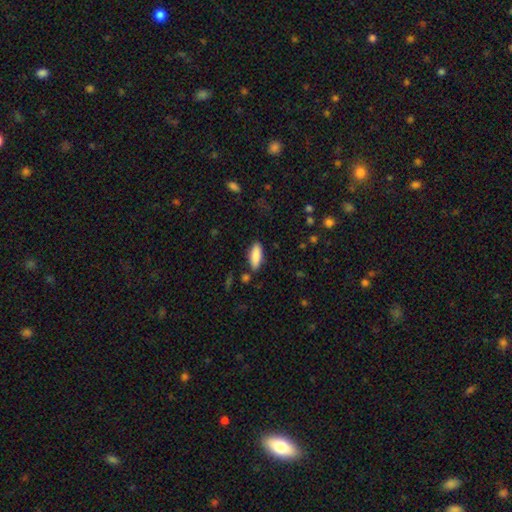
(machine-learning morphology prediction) smooth 87%, featured or disk 6%, star or artifact 6%. Down the decision tree: how rounded — in between (70%); merging — none (83%).